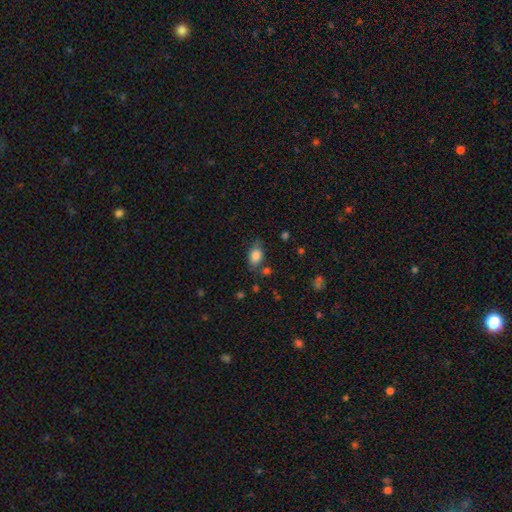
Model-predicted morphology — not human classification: Smooth or featured?
  - smooth: 83% *
  - star or artifact: 9%
  - featured or disk: 8%
How rounded?
  - in between: 81% *
  - round: 17%
  - cigar-shaped: 2%
Merging?
  - none: 69% *
  - minor disturbance: 20%
  - major disturbance: 5%
  - merger: 5%